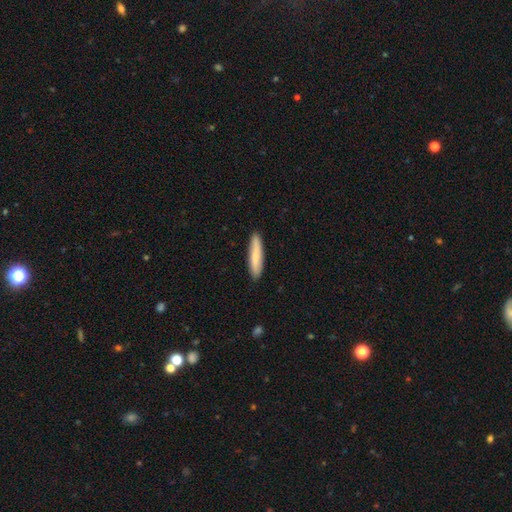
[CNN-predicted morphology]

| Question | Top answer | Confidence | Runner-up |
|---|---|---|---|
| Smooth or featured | smooth | 79% | featured or disk (16%) |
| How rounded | cigar-shaped | 86% | in between (13%) |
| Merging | none | 90% | minor disturbance (8%) |